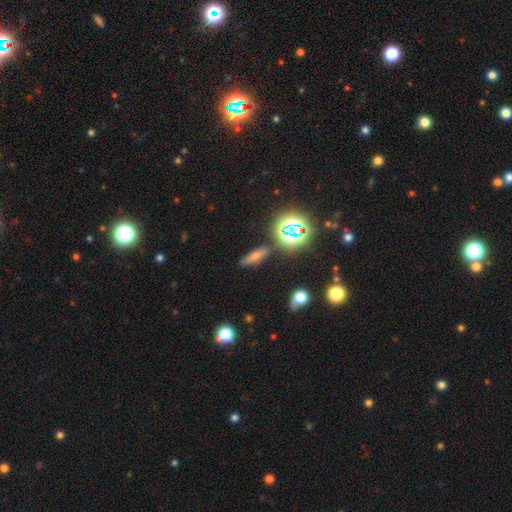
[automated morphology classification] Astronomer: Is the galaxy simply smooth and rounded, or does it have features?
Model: smooth — 60%.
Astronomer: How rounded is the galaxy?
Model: cigar-shaped — 54% (runner-up: in between, 39%).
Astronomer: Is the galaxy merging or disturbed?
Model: none — 77%.